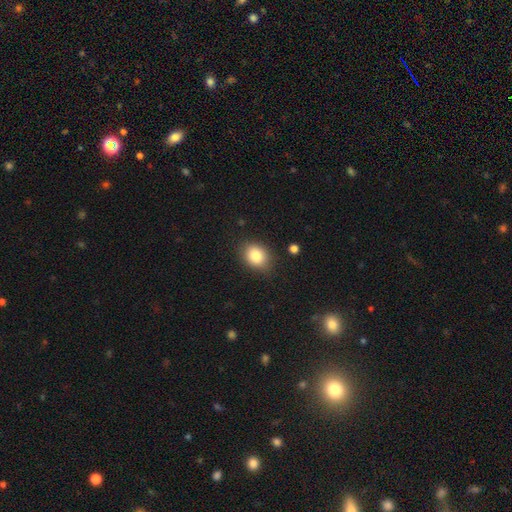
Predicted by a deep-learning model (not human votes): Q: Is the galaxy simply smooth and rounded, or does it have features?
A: smooth — 84%.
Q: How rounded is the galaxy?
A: in between — 63%.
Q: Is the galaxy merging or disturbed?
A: none — 82%.